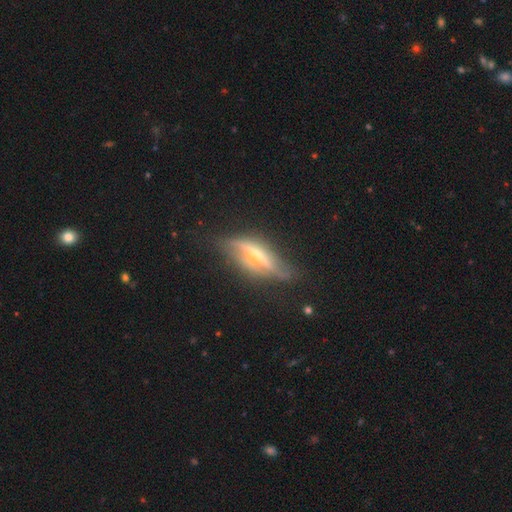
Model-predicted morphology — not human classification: featured or disk 76%, smooth 16%, star or artifact 8%. Down the decision tree: edge-on disk — yes (78%); edge-on bulge — rounded (78%); merging — none (70%).